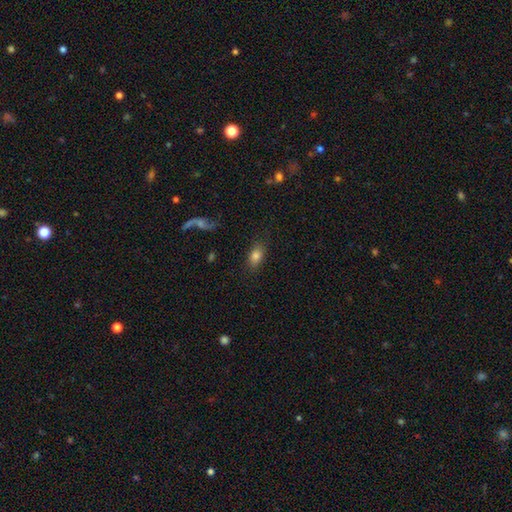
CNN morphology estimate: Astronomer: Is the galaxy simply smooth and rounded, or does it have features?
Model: smooth — 80%.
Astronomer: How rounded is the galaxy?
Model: in between — 85%.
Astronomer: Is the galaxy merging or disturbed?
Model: none — 83%.